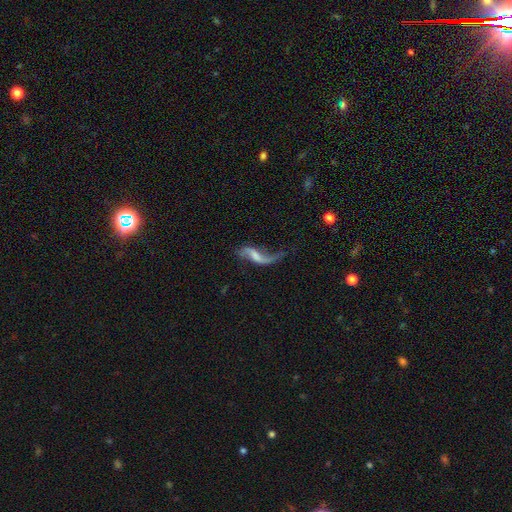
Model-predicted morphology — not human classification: type=featured or disk (82%); edge-on=no (93%); bar=weak (44%); spiral arms=yes (92%); winding=loose (93%); arm count=2 (85%); bulge=none (39%); merging=none (51%).